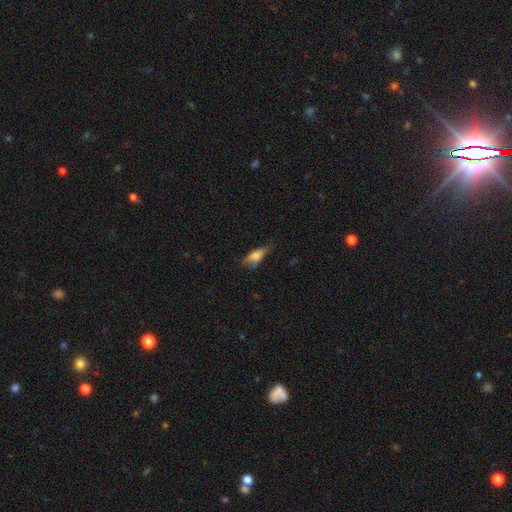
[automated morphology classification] This appears to be a smooth galaxy with no disk features (75%) that is in between round and cigar-shaped (78%). Merging: none (46%).